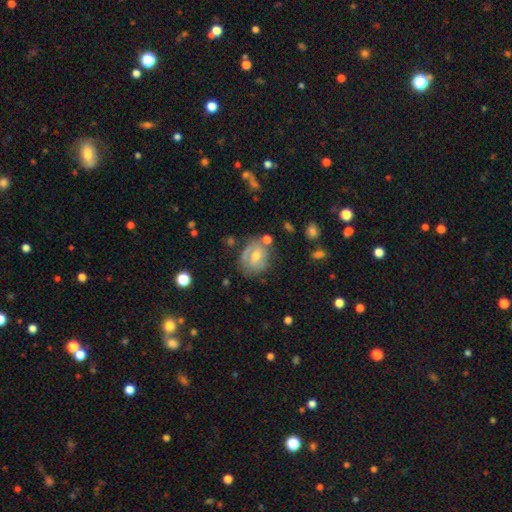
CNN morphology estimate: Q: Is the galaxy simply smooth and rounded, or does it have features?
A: featured or disk — 59%.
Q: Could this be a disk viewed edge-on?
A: no — 96%.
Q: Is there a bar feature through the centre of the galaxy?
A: no — 50%.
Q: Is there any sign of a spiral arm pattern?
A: yes — 66%.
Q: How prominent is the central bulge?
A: moderate — 65%.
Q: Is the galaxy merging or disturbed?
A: none — 58%.